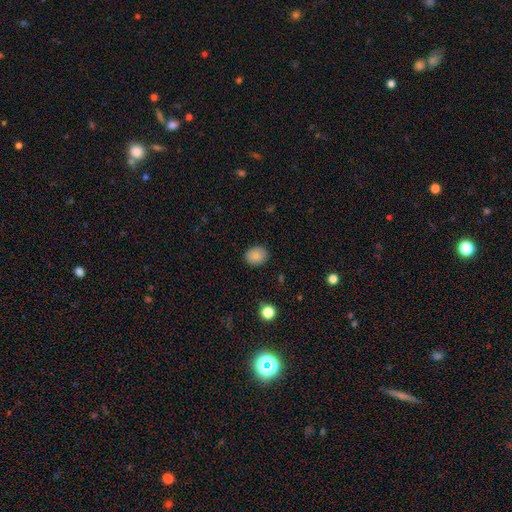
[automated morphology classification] This appears to be a smooth galaxy with no disk features (83%) that is round (58%). Merging: none (85%).